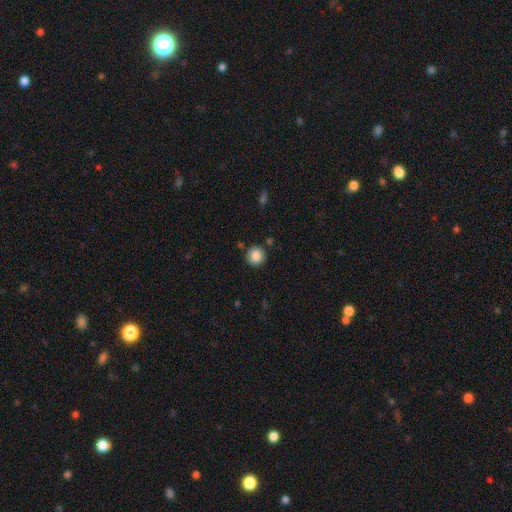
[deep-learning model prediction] Smooth or featured? Predicted: smooth (p=0.86). How rounded? Predicted: round (p=0.93). Merging? Predicted: none (p=0.88).